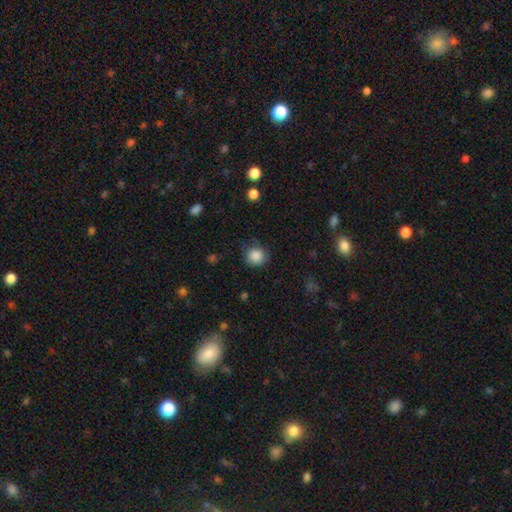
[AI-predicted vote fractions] Smooth or featured? smooth (86%)
How rounded? round (89%)
Merging? none (76%)